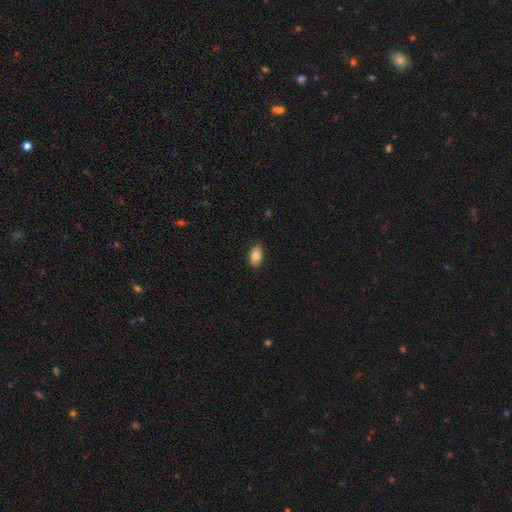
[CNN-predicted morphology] Smooth or featured? smooth (81%)
How rounded? in between (90%)
Merging? none (87%)